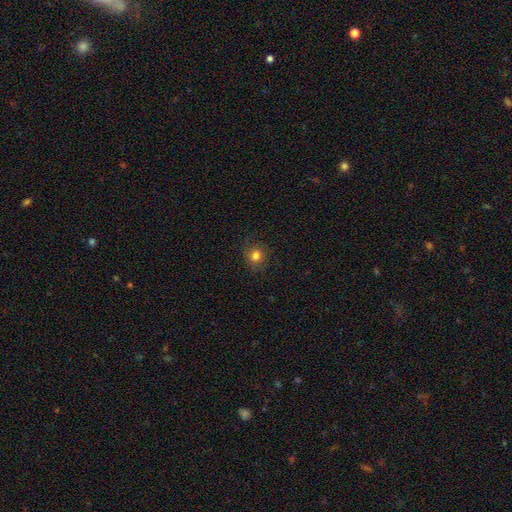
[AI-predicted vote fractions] smooth_or_featured: smooth (p=0.80) [alt: star or artifact p=0.13]
how_rounded: round (p=0.86) [alt: in between p=0.13]
merging: none (p=0.87) [alt: minor disturbance p=0.09]